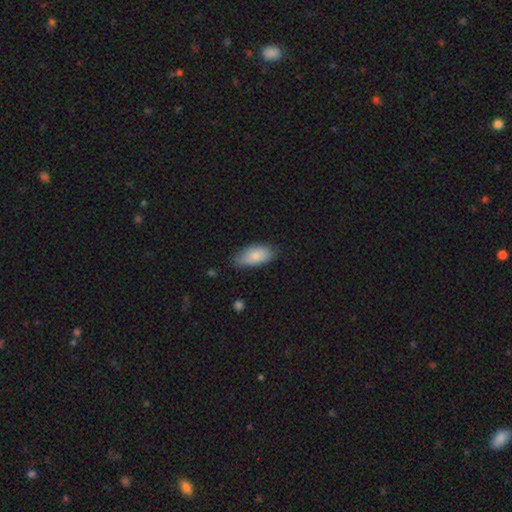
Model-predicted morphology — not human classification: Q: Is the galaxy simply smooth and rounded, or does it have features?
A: smooth — 81%.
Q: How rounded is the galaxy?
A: in between — 89%.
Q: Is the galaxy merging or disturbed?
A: none — 69%.